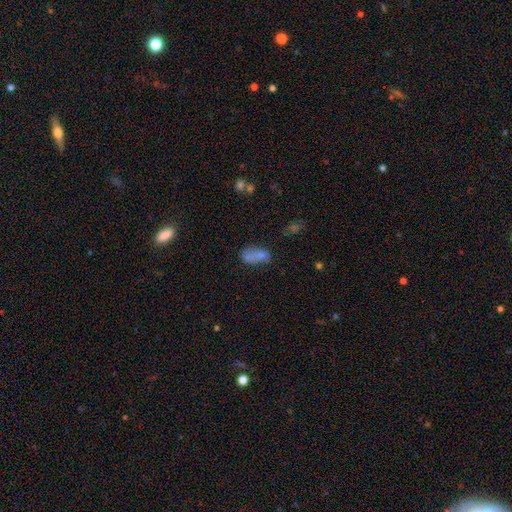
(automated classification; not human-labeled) Smooth or featured? smooth (68%)
How rounded? in between (83%)
Merging? none (37%)